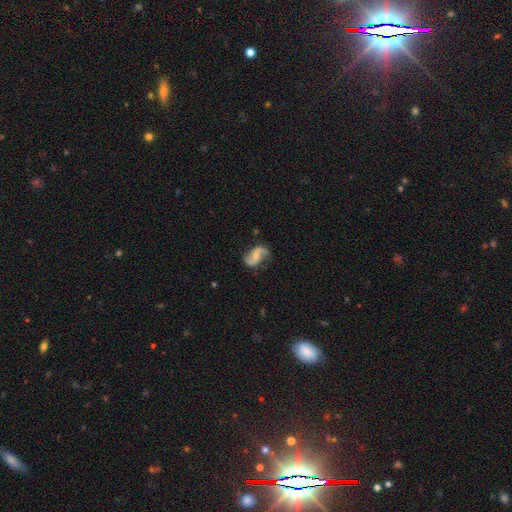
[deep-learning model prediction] Smooth or featured? Predicted: featured or disk (p=0.84). Edge-on disk? Predicted: no (p=0.98). Bar? Predicted: weak (p=0.41, tied with no). Spiral arms? Predicted: yes (p=0.96). Spiral winding? Predicted: loose (p=0.69). Spiral arm count? Predicted: 2 (p=0.92). Bulge size? Predicted: small (p=0.50). Merging? Predicted: none (p=0.74).